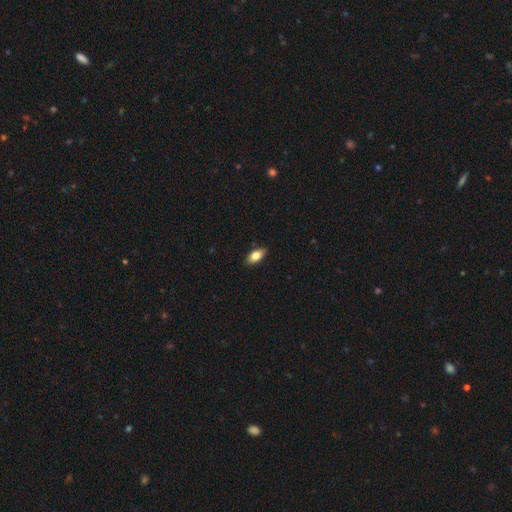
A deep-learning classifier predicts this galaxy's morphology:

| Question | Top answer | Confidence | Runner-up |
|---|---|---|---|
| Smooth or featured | smooth | 80% | featured or disk (13%) |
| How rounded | in between | 90% | cigar-shaped (6%) |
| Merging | none | 89% | minor disturbance (9%) |